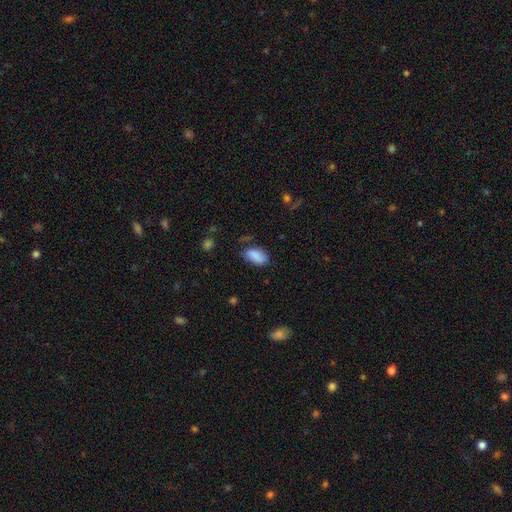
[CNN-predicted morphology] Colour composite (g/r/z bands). It shows a smooth galaxy with no disk features (87%) that is in between round and cigar-shaped (93%). Merging: none (66%).